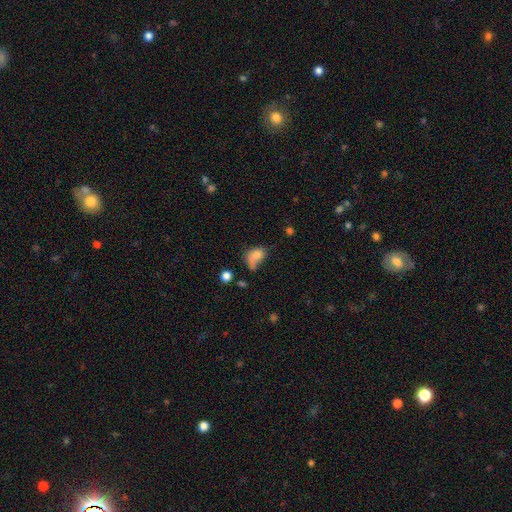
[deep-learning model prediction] smooth-or-featured: smooth: 71% | featured or disk: 17% | star or artifact: 12%
  how-rounded: in between: 72% | round: 25% | cigar-shaped: 2%
  merging: major disturbance: 31% | none: 27% | minor disturbance: 25% | merger: 17%